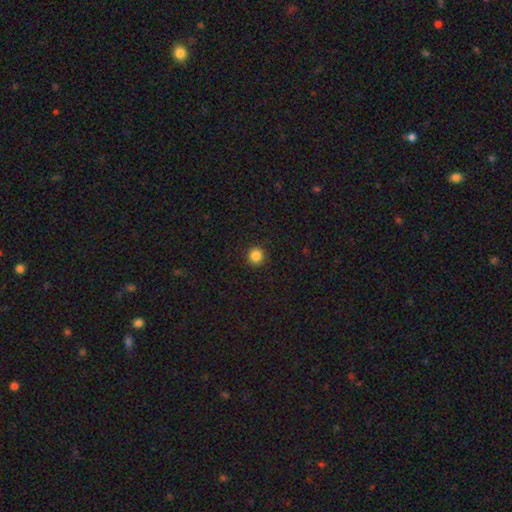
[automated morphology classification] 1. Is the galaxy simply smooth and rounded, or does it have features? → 85% smooth, 11% star or artifact, 4% featured or disk.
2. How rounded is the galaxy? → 93% round, 6% in between, 1% cigar-shaped.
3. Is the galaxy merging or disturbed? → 92% none, 5% minor disturbance, 2% major disturbance, 1% merger.